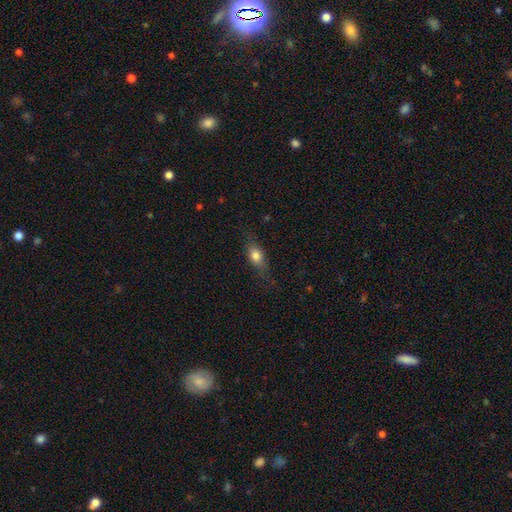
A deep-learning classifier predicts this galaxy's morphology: A smooth galaxy with no disk features (71%) that is in between round and cigar-shaped (68%).

Vote fractions:
- Smooth or featured? smooth: 71% / featured or disk: 21% / star or artifact: 9%
- How rounded? in between: 68% / cigar-shaped: 20% / round: 12%
- Merging? none: 72% / minor disturbance: 20% / major disturbance: 7% / merger: 1%